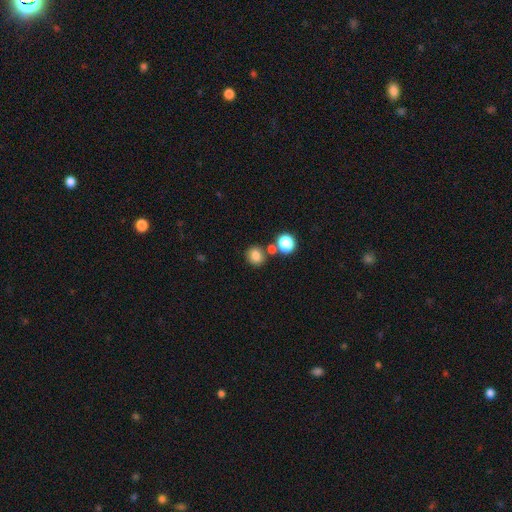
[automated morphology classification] type=smooth (81%); roundness=round (83%); merging=none (72%).